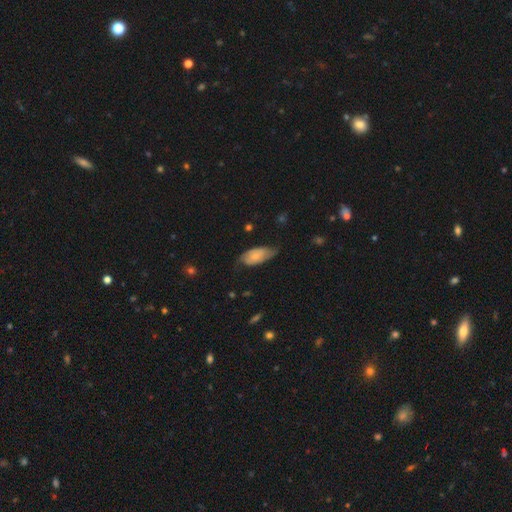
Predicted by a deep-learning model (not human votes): Smooth or featured: smooth — 55% (featured or disk — 39%)
How rounded: in between — 90% (cigar-shaped — 7%)
Merging: none — 50% (minor disturbance — 37%)